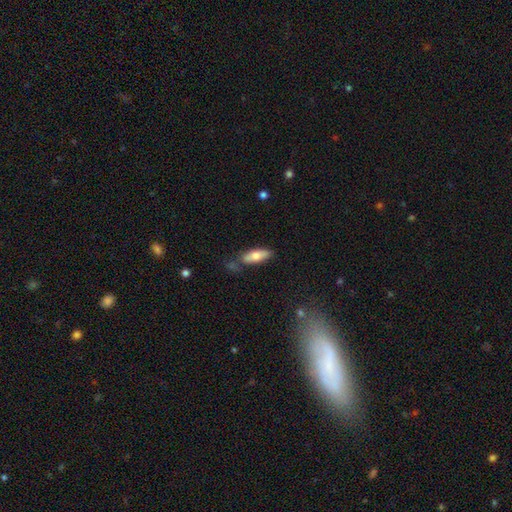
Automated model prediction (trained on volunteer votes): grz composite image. It shows a smooth galaxy with no disk features (73%) that is in between round and cigar-shaped (65%). Merging: none (65%).